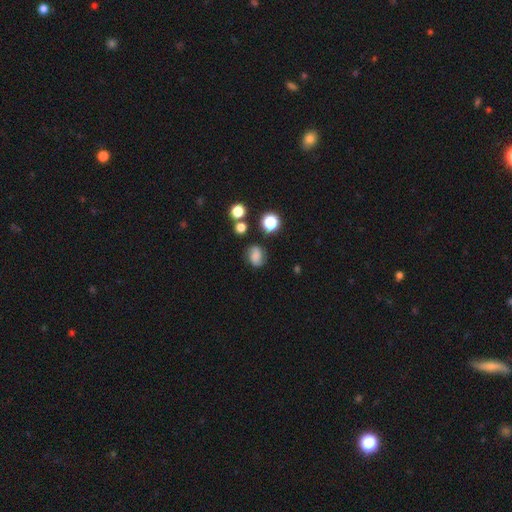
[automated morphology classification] Smooth or featured? Predicted: smooth (p=0.61). How rounded? Predicted: in between (p=0.53). Merging? Predicted: none (p=0.72).